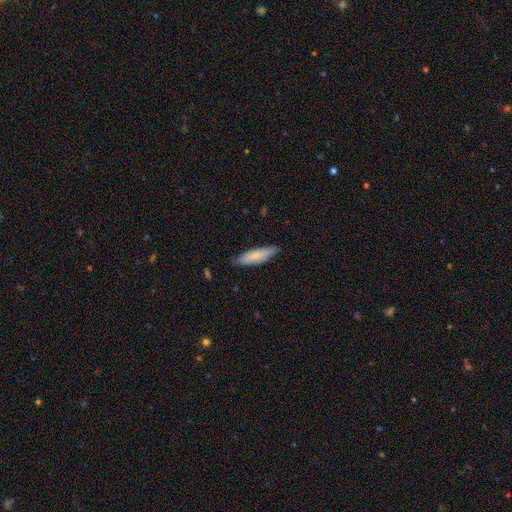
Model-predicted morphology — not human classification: A smooth galaxy with no disk features (74%) that is cigar-shaped (59%).

Vote fractions:
- Smooth or featured? smooth: 74% / featured or disk: 21% / star or artifact: 5%
- How rounded? cigar-shaped: 59% / in between: 39% / round: 1%
- Merging? none: 81% / minor disturbance: 15% / major disturbance: 2% / merger: 1%